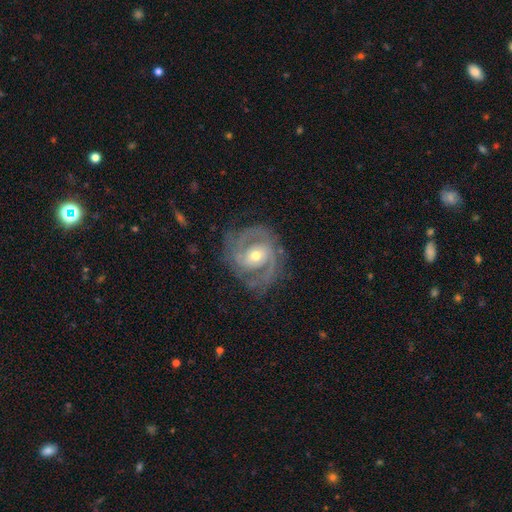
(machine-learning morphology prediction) Smooth or featured? featured or disk (88%)
Edge-on disk? no (98%)
Bar? no (57%)
Spiral arms? yes (95%)
Spiral winding? tight (48%)
Spiral arm count? 2 (68%)
Bulge size? moderate (63%)
Merging? none (73%)